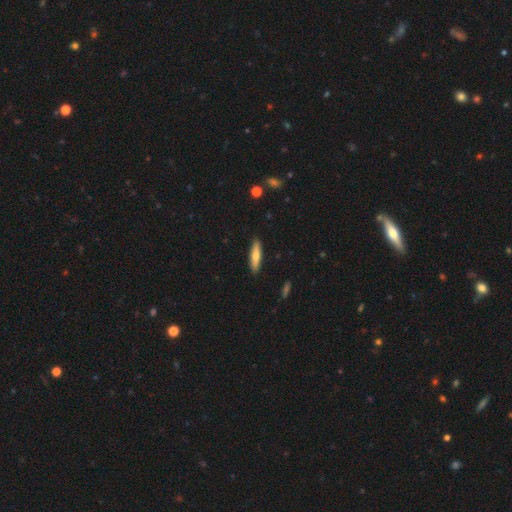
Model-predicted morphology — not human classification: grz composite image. It shows a smooth galaxy with no disk features (63%) that is cigar-shaped (78%). Merging: none (90%).